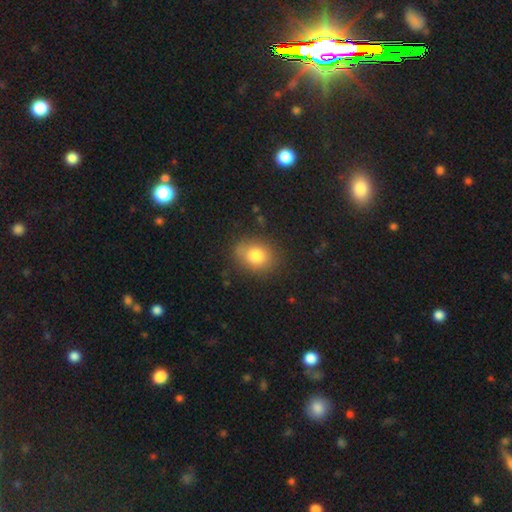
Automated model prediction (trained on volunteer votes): The model was most divided on "how rounded": in between: 51%, round: 48%, cigar-shaped: 1%. More confident: smooth or featured — smooth (80%); merging — none (80%).